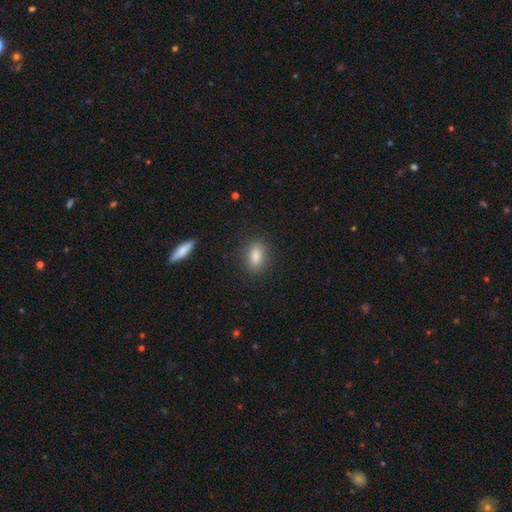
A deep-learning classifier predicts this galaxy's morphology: Smooth or featured?
  - smooth: 84% *
  - star or artifact: 9%
  - featured or disk: 7%
How rounded?
  - in between: 82% *
  - round: 11%
  - cigar-shaped: 7%
Merging?
  - none: 88% *
  - minor disturbance: 9%
  - major disturbance: 2%
  - merger: 1%